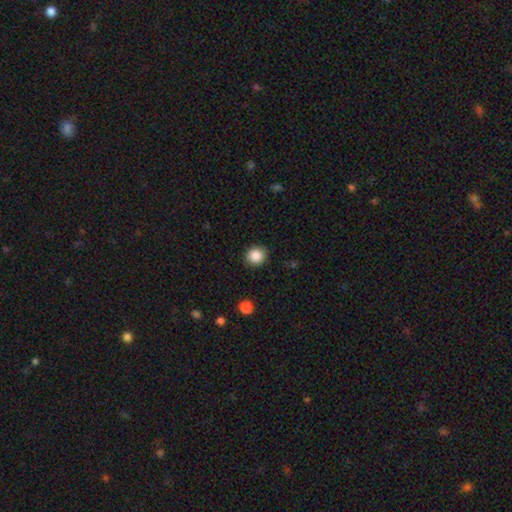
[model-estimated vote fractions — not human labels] smooth_or_featured: smooth (p=0.87) [alt: star or artifact p=0.10]
how_rounded: round (p=0.89) [alt: in between p=0.10]
merging: none (p=0.91) [alt: minor disturbance p=0.06]